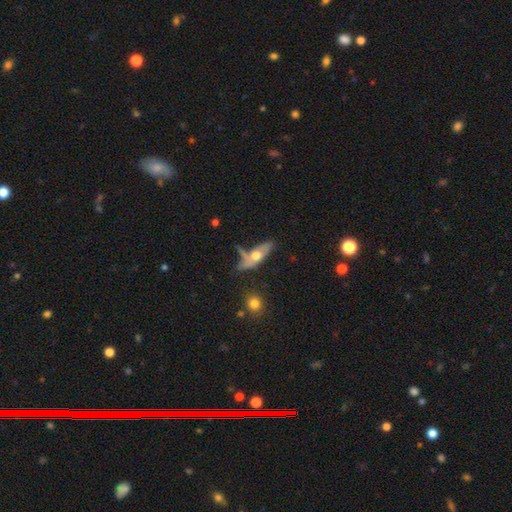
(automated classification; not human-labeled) The model was most divided on "smooth or featured": smooth: 49%, featured or disk: 44%, star or artifact: 8%. Remaining: merging — none (41%).